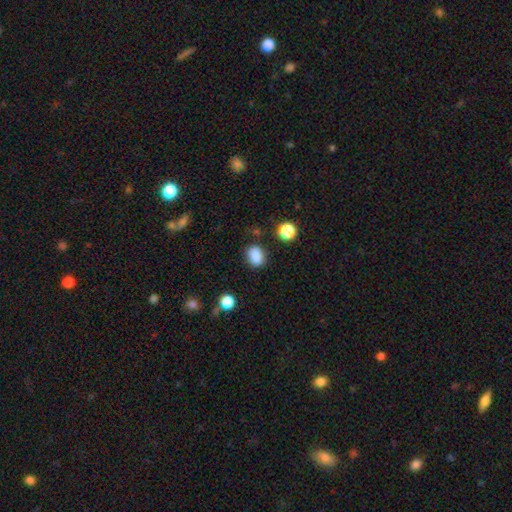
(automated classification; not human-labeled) Smooth or featured: smooth — 85% (star or artifact — 11%)
How rounded: in between — 69% (round — 30%)
Merging: none — 78% (minor disturbance — 14%)